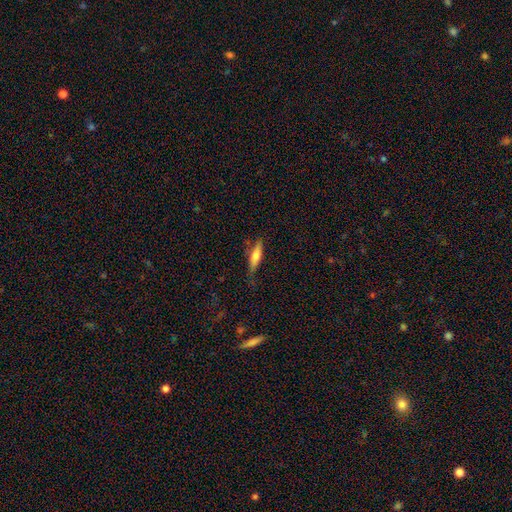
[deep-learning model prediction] Smooth or featured?
  - smooth: 62% *
  - featured or disk: 31%
  - star or artifact: 6%
How rounded?
  - cigar-shaped: 67% *
  - in between: 31%
  - round: 2%
Merging?
  - none: 70% *
  - minor disturbance: 22%
  - major disturbance: 6%
  - merger: 2%